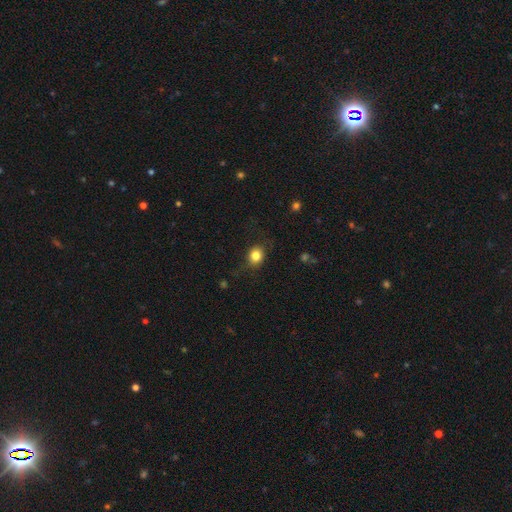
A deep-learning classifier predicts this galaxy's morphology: Smooth or featured: smooth — 82% (star or artifact — 10%)
How rounded: round — 69% (in between — 30%)
Merging: none — 76% (minor disturbance — 16%)